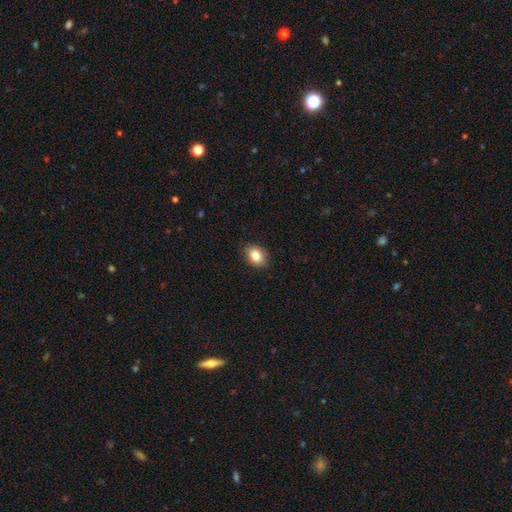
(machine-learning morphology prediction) Overall: smooth (86%). How rounded: in between (70%). Merging: none (86%).